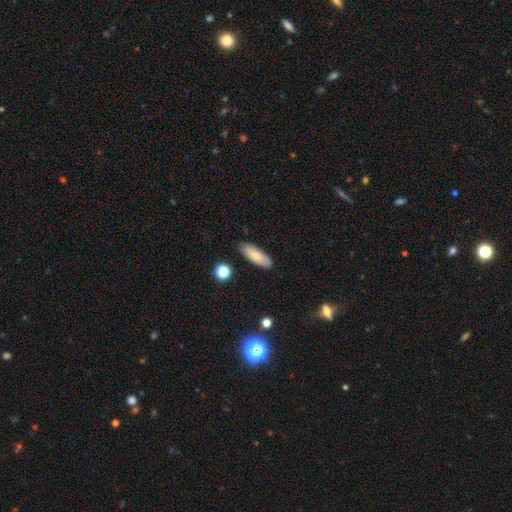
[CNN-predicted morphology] A smooth galaxy with no disk features (82%) that is in between round and cigar-shaped (62%).

Vote fractions:
- Smooth or featured? smooth: 82% / featured or disk: 11% / star or artifact: 7%
- How rounded? in between: 62% / cigar-shaped: 36% / round: 2%
- Merging? none: 85% / minor disturbance: 11% / major disturbance: 2% / merger: 2%